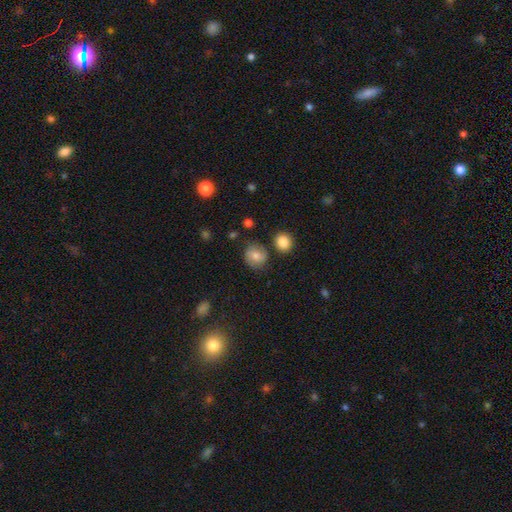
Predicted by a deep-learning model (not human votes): smooth-or-featured: smooth: 74% | featured or disk: 16% | star or artifact: 10%
  how-rounded: round: 79% | in between: 20% | cigar-shaped: 1%
  merging: none: 74% | minor disturbance: 16% | major disturbance: 5% | merger: 5%